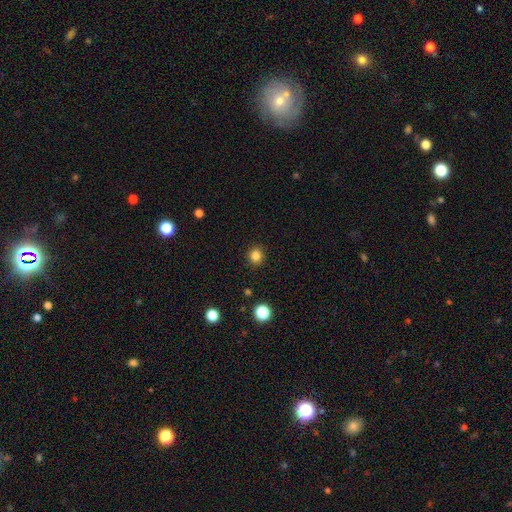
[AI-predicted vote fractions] Smooth or featured? smooth (83%)
How rounded? round (90%)
Merging? none (91%)